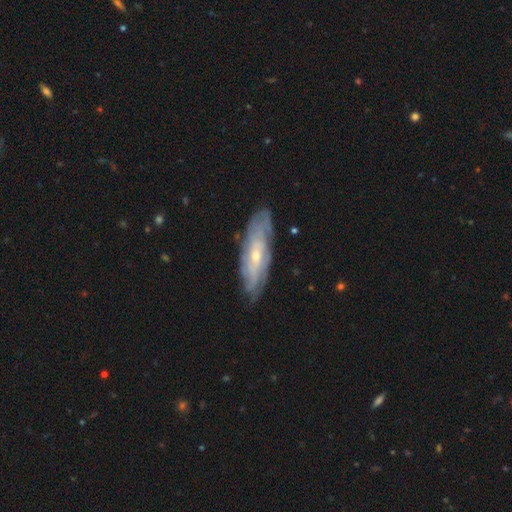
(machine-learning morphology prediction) Q: Smooth or featured?
A: featured or disk (75%); runner-up: smooth (19%)
Q: Edge-on disk?
A: no (78%); runner-up: yes (22%)
Q: Bar?
A: no (67%); runner-up: weak (26%)
Q: Spiral arms?
A: yes (86%); runner-up: no (14%)
Q: Spiral winding?
A: tight (69%); runner-up: medium (23%)
Q: Spiral arm count?
A: can't tell (62%); runner-up: 2 (12%)
Q: Bulge size?
A: small (64%); runner-up: moderate (32%)
Q: Merging?
A: none (78%); runner-up: minor disturbance (16%)